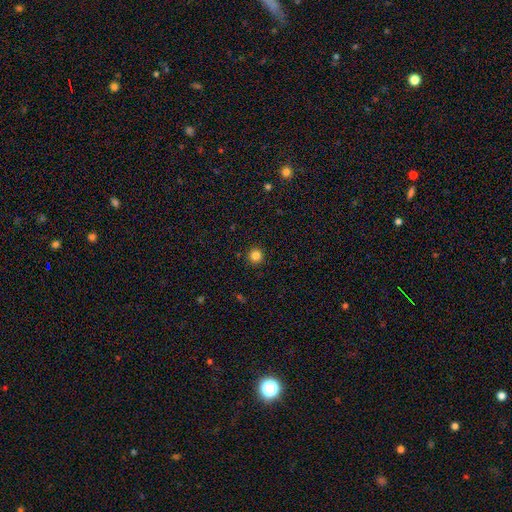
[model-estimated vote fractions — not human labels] Morphology: type=smooth (84%); roundness=round (96%); merging=none (93%).